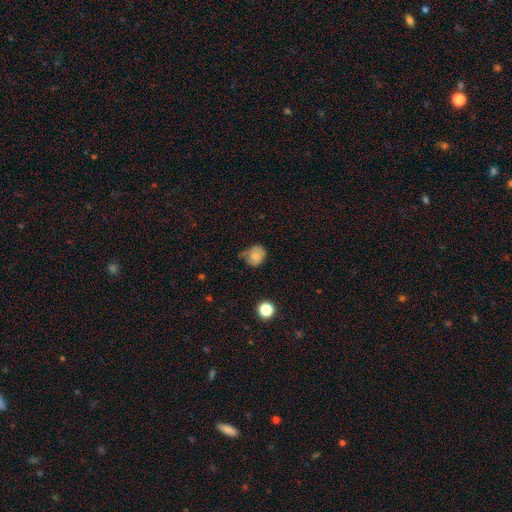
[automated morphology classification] Q: Smooth or featured?
A: smooth (76%); runner-up: featured or disk (14%)
Q: How rounded?
A: round (67%); runner-up: in between (32%)
Q: Merging?
A: none (47%); runner-up: minor disturbance (37%)